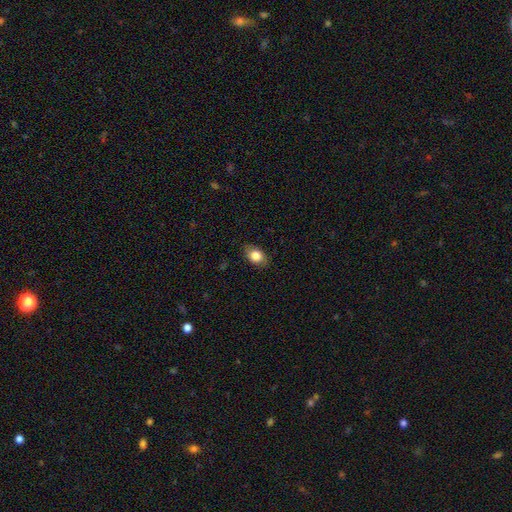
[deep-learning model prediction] smooth_or_featured: smooth (p=0.82) [alt: featured or disk p=0.10]
how_rounded: in between (p=0.76) [alt: round p=0.23]
merging: none (p=0.82) [alt: minor disturbance p=0.14]